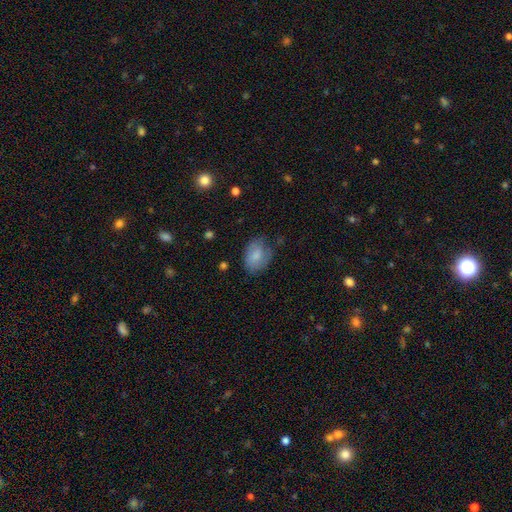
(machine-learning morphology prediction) This appears to be a smooth galaxy with no disk features (79%) that is in between round and cigar-shaped (78%). Merging: none (59%).